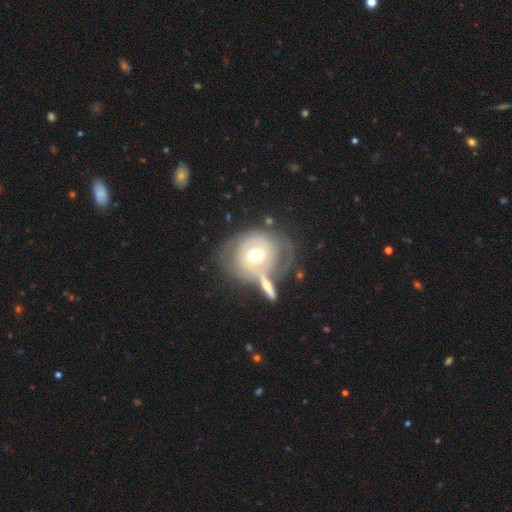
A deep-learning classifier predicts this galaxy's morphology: type=featured or disk (58%); edge-on=no (94%); bar=no (71%); spiral arms=yes (56%); bulge=moderate (71%); merging=none (45%).